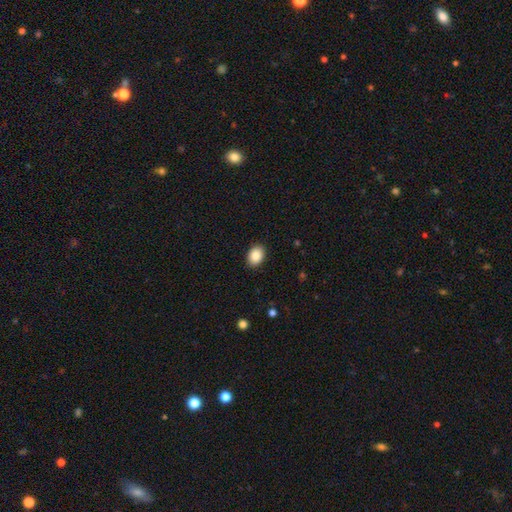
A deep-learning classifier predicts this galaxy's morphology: Overall: smooth (89%). How rounded: in between (74%). Merging: none (89%).